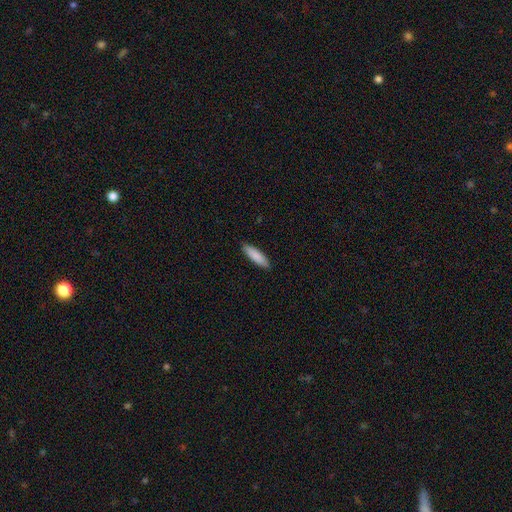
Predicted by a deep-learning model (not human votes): This appears to be a smooth galaxy with no disk features (87%) that is cigar-shaped (63%). Merging: none (89%).